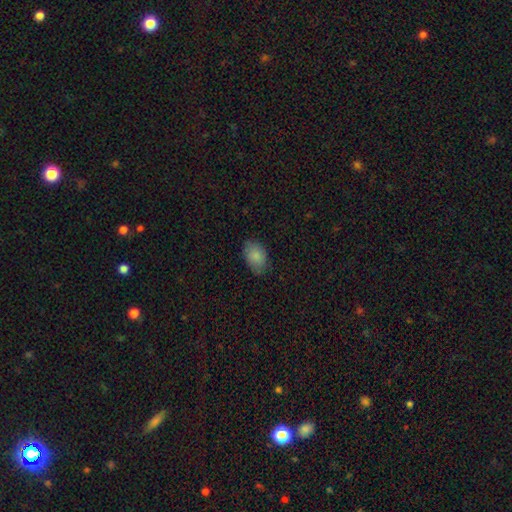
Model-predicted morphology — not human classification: Overall: smooth (87%). How rounded: in between (87%). Merging: none (77%).